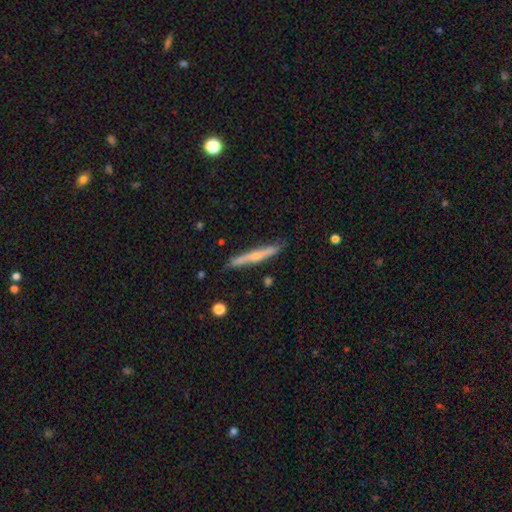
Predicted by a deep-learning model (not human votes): Morphology: type=featured or disk (60%); edge-on=yes (95%); edge-on bulge=rounded (73%); merging=none (84%).